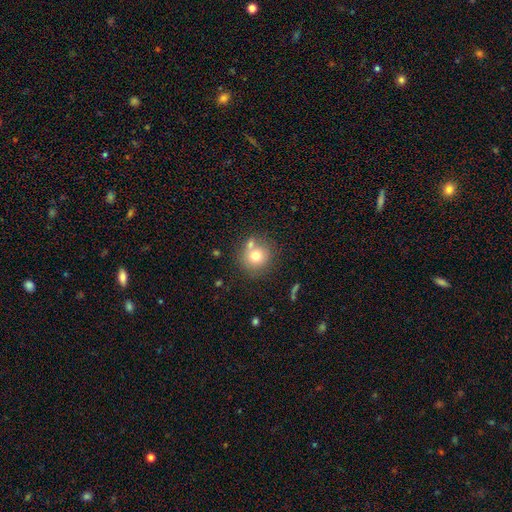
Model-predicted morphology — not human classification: Overall: smooth (74%). How rounded: round (90%). Merging: none (62%).